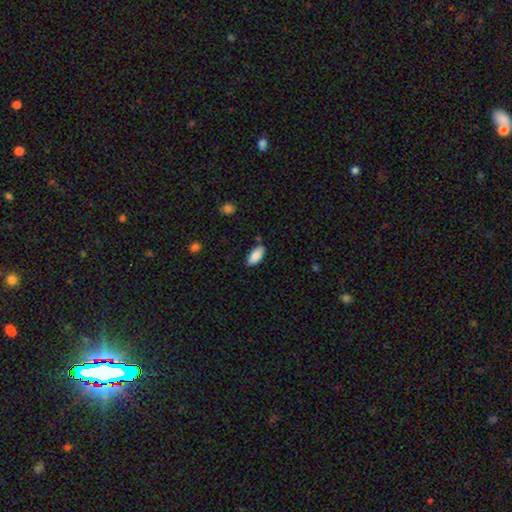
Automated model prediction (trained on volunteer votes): smooth_or_featured: smooth (p=0.87) [alt: star or artifact p=0.06]
how_rounded: in between (p=0.90) [alt: cigar-shaped p=0.09]
merging: none (p=0.82) [alt: minor disturbance p=0.13]